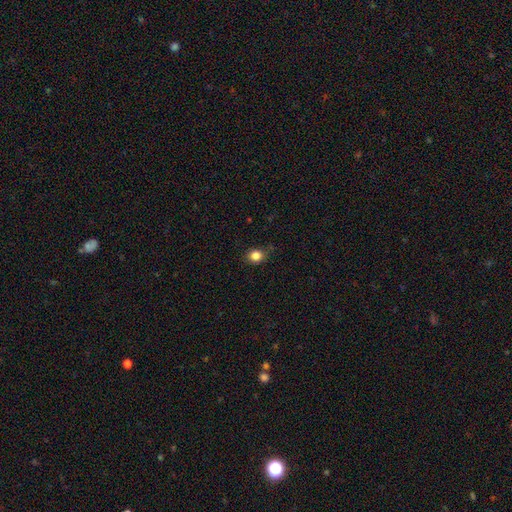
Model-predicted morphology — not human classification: A smooth galaxy with no disk features (84%) that is round (67%).

Vote fractions:
- Smooth or featured? smooth: 84% / star or artifact: 11% / featured or disk: 5%
- How rounded? round: 67% / in between: 32% / cigar-shaped: 1%
- Merging? none: 80% / minor disturbance: 16% / major disturbance: 3% / merger: 1%